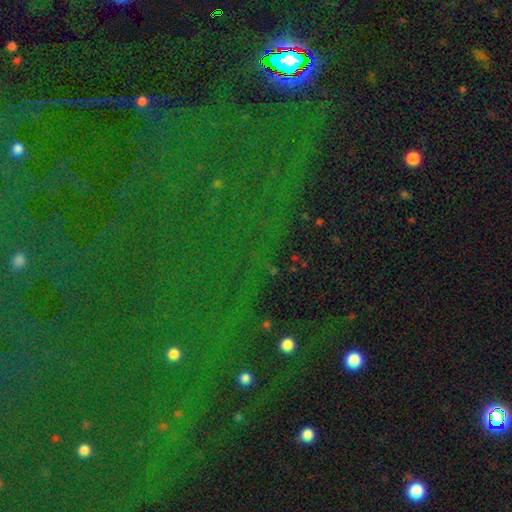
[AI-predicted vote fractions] Q: Smooth or featured?
A: star or artifact (84%); runner-up: smooth (9%)